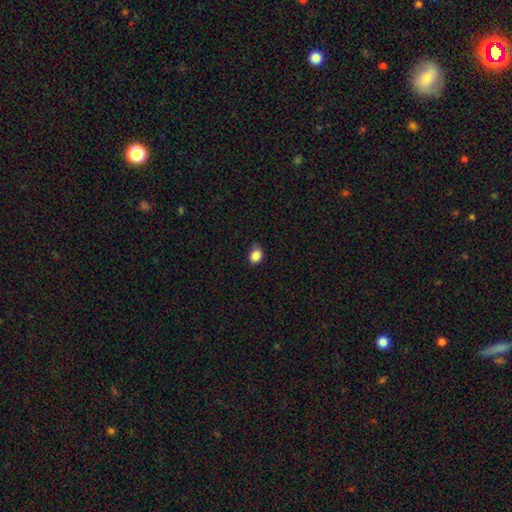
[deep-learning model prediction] A smooth galaxy with no disk features (87%) that is in between round and cigar-shaped (58%). Merging: none (67%).